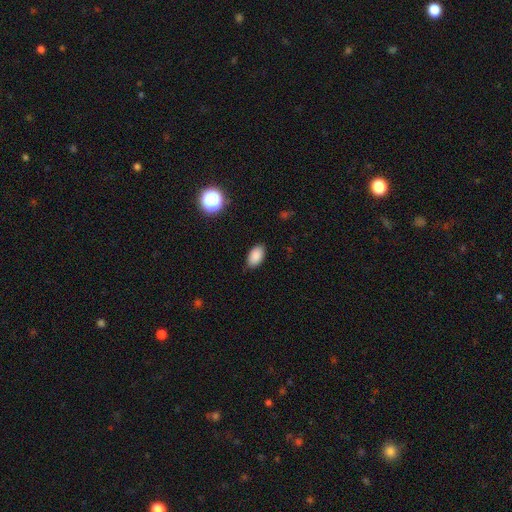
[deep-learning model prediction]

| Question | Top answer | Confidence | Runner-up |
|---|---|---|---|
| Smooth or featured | smooth | 87% | star or artifact (9%) |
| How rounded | in between | 93% | round (5%) |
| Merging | none | 85% | minor disturbance (11%) |